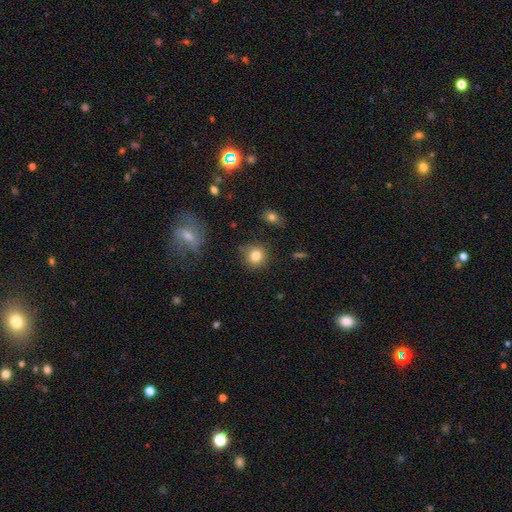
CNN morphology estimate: The model was most divided on "merging": none: 82%, minor disturbance: 13%, major disturbance: 3%, merger: 2%. More confident: how rounded — round (88%); smooth or featured — smooth (81%).